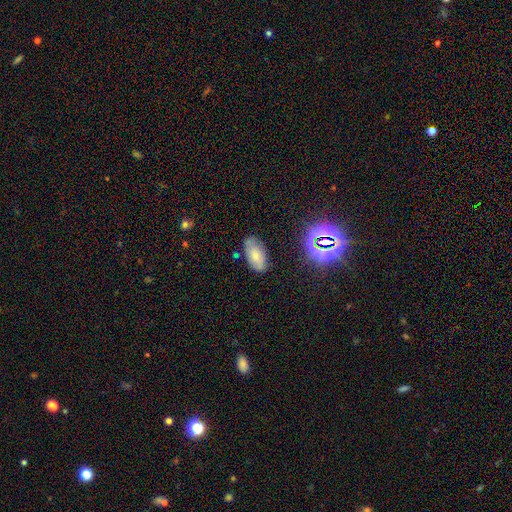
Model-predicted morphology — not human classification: A smooth galaxy with no disk features (70%) that is in between round and cigar-shaped (93%). Merging: none (74%).